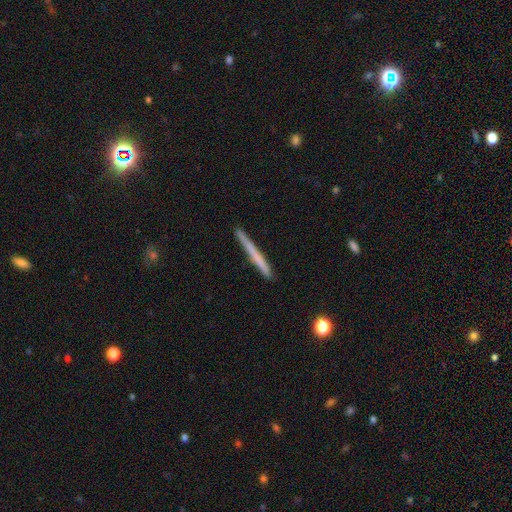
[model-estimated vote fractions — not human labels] Smooth or featured: smooth — 56% (featured or disk — 38%)
How rounded: cigar-shaped — 97% (in between — 2%)
Merging: none — 90% (minor disturbance — 7%)